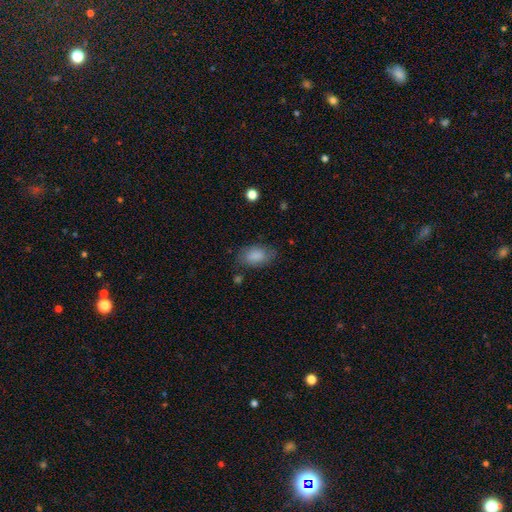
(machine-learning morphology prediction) This is clearly a smooth galaxy (85%). How rounded: clearly in between (90%). Merging: likely none (73%).